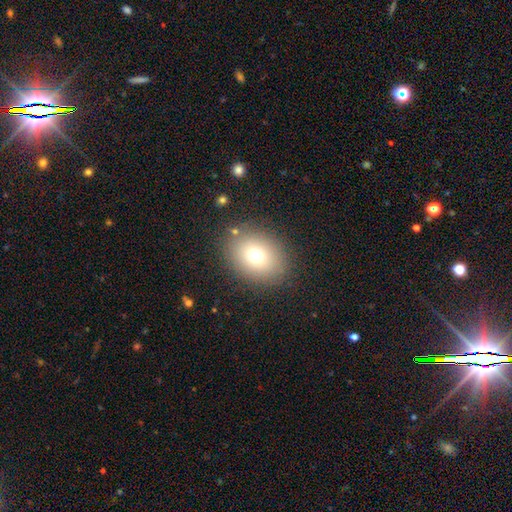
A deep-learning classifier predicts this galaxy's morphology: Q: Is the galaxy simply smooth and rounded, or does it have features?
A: smooth — 76%.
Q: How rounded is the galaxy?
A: in between — 58%.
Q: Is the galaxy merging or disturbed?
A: none — 86%.